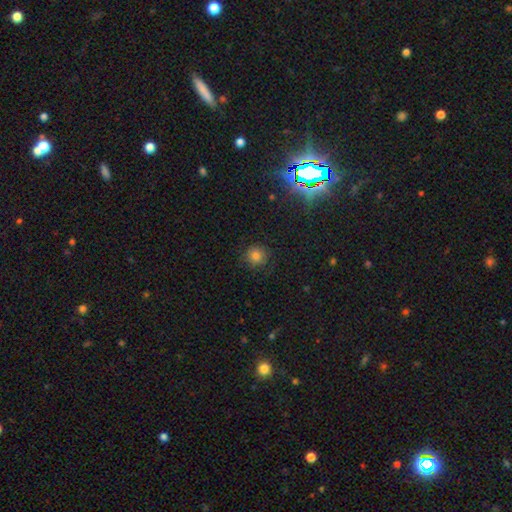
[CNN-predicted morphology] smooth 79%, star or artifact 15%, featured or disk 7%. Down the decision tree: how rounded — round (92%); merging — none (81%).